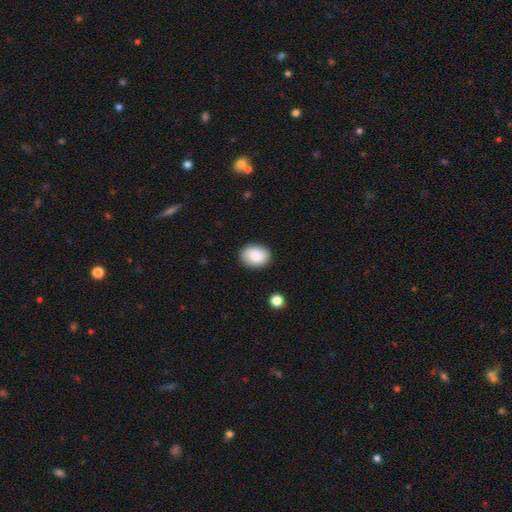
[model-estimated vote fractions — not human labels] A smooth galaxy with no disk features (87%) that is in between round and cigar-shaped (70%).

Vote fractions:
- Smooth or featured? smooth: 87% / star or artifact: 7% / featured or disk: 6%
- How rounded? in between: 70% / round: 29% / cigar-shaped: 1%
- Merging? none: 87% / minor disturbance: 9% / major disturbance: 2% / merger: 1%